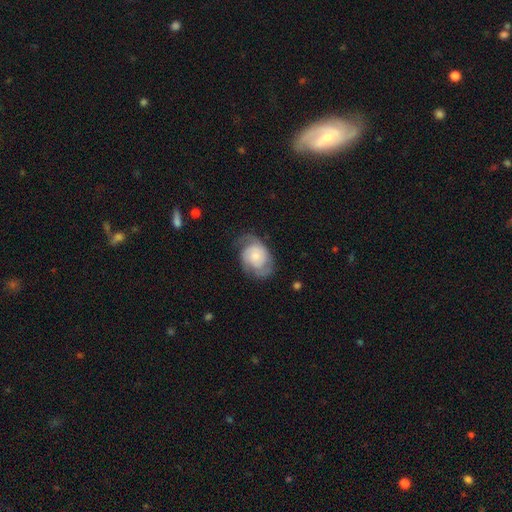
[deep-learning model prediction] This is likely a featured or disk galaxy (66%). It is clearly not viewed edge-on (97%). Bar: likely no (77%). Spiral arm pattern: clearly yes (89%). Spiral arm count: possibly 2 (58%). Spiral winding: marginally tight (43%). Central bulge: possibly small (54%). Merging: possibly none (59%).